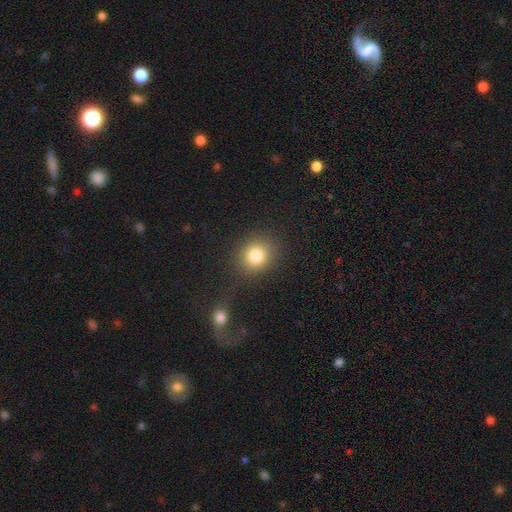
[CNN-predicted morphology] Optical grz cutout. It shows a smooth galaxy with no disk features (82%) that is round (73%). Merging: none (79%).